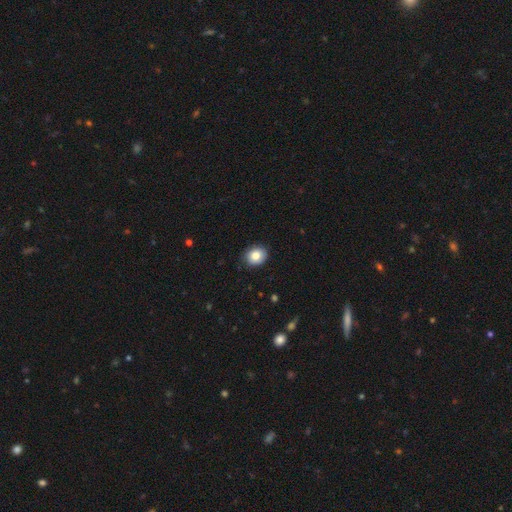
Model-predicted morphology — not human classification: smooth_or_featured: smooth (p=0.84) [alt: star or artifact p=0.08]
how_rounded: round (p=0.62) [alt: in between p=0.37]
merging: none (p=0.88) [alt: minor disturbance p=0.10]